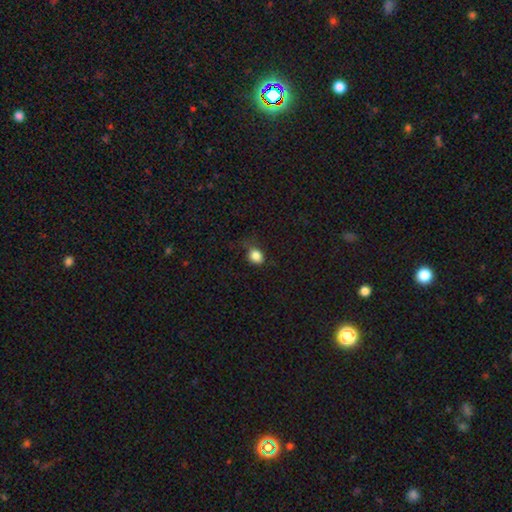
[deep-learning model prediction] smooth-or-featured: smooth: 84% | star or artifact: 11% | featured or disk: 5%
  how-rounded: round: 54% | in between: 45% | cigar-shaped: 1%
  merging: none: 64% | minor disturbance: 27% | major disturbance: 8% | merger: 1%